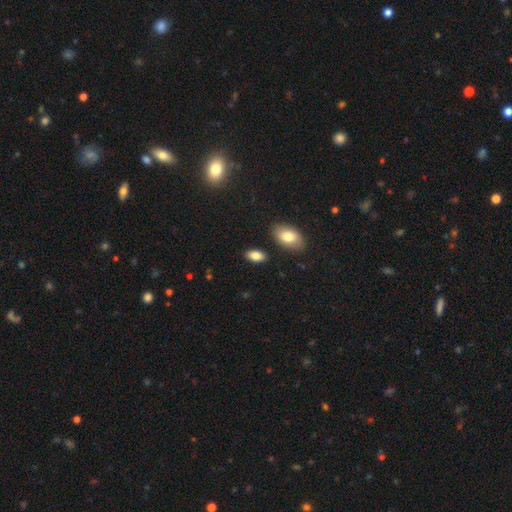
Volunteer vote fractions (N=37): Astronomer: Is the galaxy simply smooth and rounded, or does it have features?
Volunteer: smooth — 81%.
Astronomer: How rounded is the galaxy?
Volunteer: in between — 87%.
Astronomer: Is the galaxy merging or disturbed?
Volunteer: none — 86%.